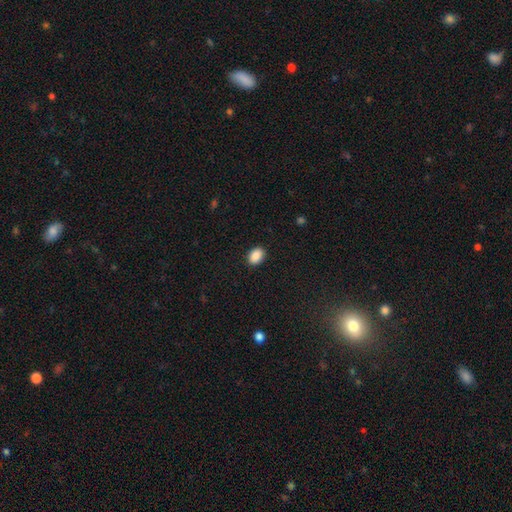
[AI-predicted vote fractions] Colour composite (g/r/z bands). It shows a smooth galaxy with no disk features (89%) that is in between round and cigar-shaped (76%). Merging: none (90%).